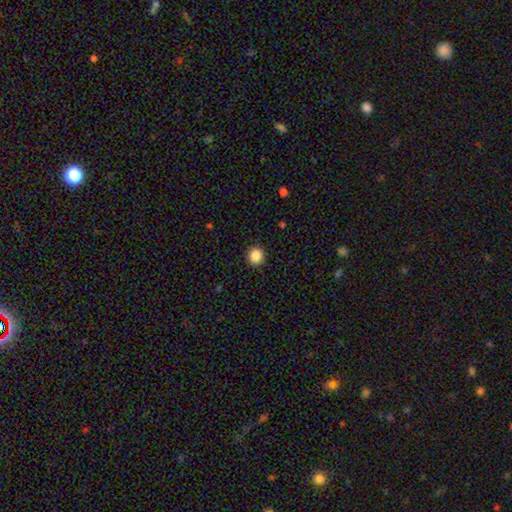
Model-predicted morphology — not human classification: smooth-or-featured: smooth: 88% | star or artifact: 9% | featured or disk: 2%
  how-rounded: round: 87% | in between: 12% | cigar-shaped: 1%
  merging: none: 91% | minor disturbance: 6% | major disturbance: 2% | merger: 1%